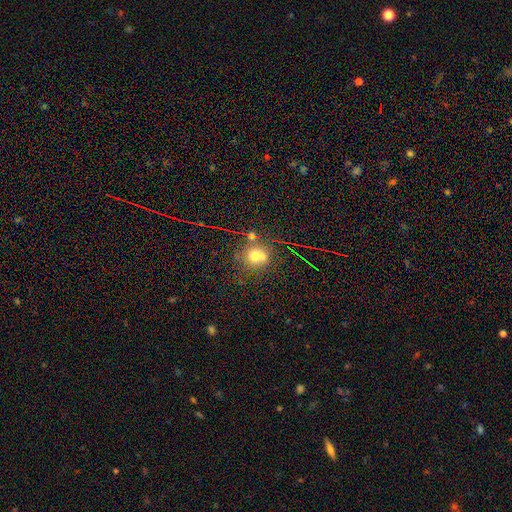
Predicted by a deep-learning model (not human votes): This is likely a smooth galaxy (65%). How rounded: likely round (78%). Merging: possibly none (52%).